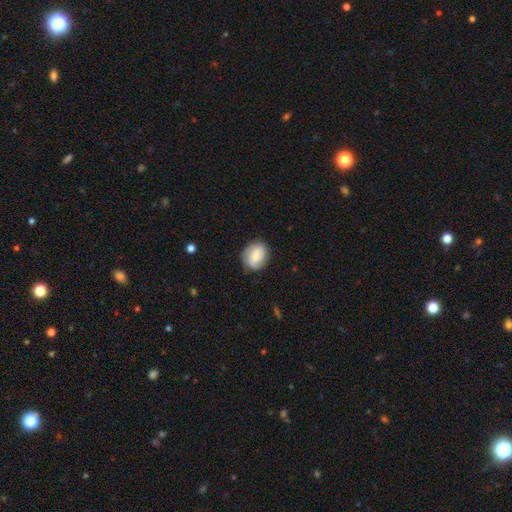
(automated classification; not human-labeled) Smooth or featured?
  - smooth: 60% *
  - featured or disk: 33%
  - star or artifact: 7%
How rounded?
  - round: 54% *
  - in between: 45%
  - cigar-shaped: 1%
Merging?
  - none: 75% *
  - minor disturbance: 19%
  - major disturbance: 5%
  - merger: 1%